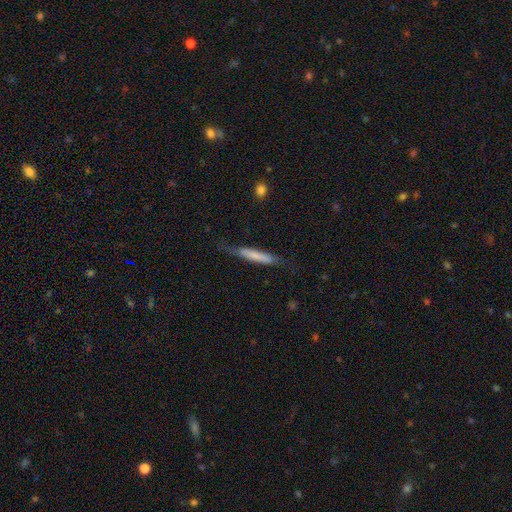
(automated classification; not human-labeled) This is likely a smooth galaxy (63%). How rounded: clearly cigar-shaped (93%). Merging: likely none (67%).